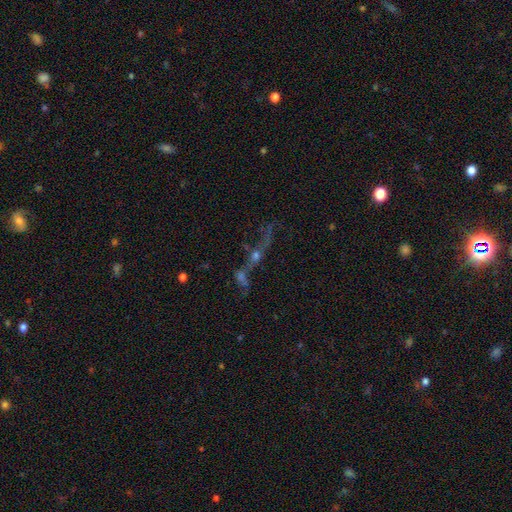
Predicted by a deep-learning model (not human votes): The model was most divided on "smooth or featured": featured or disk: 49%, star or artifact: 28%, smooth: 23%. More confident: merging — merger (53%).